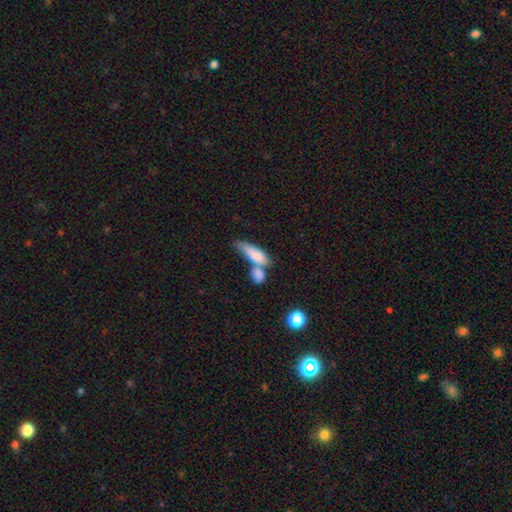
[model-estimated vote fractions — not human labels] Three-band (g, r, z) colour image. It shows a smooth galaxy with no disk features (78%) that is in between round and cigar-shaped (56%). Merging: merger (50%).